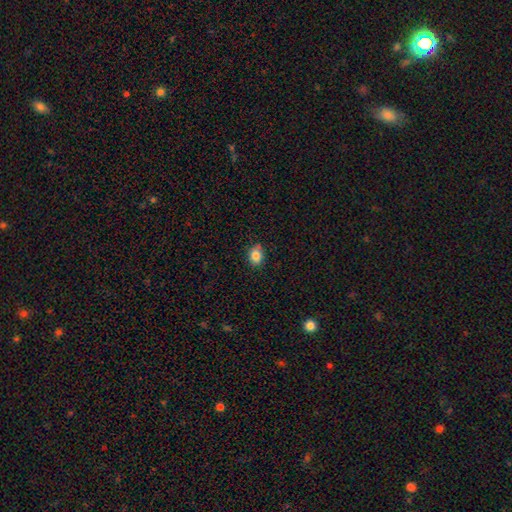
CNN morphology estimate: Smooth or featured? smooth (84%)
How rounded? in between (61%)
Merging? none (79%)